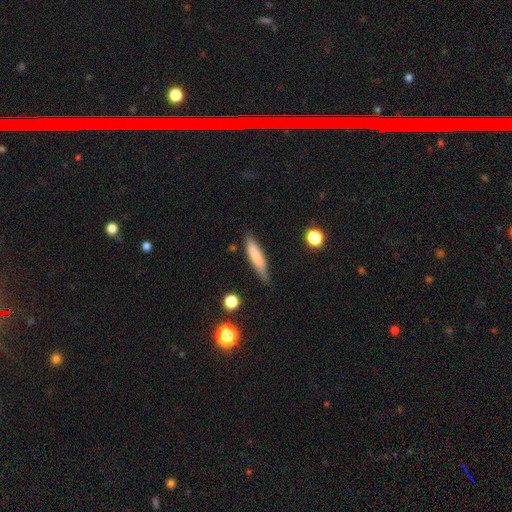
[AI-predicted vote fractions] This is likely a smooth galaxy (74%). How rounded: clearly cigar-shaped (81%). Merging: likely none (72%).